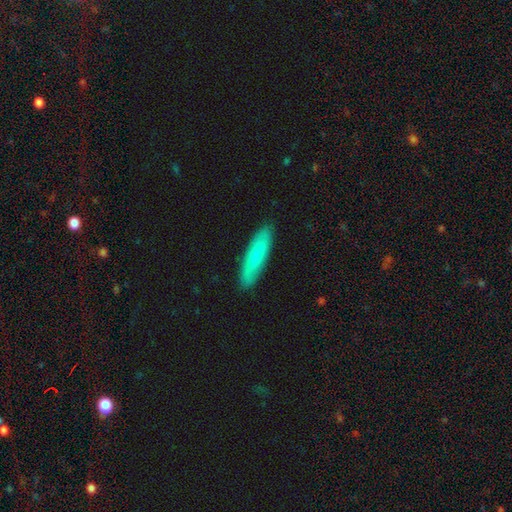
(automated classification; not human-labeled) A smooth galaxy with no disk features (64%) that is cigar-shaped (72%). Merging: none (87%).